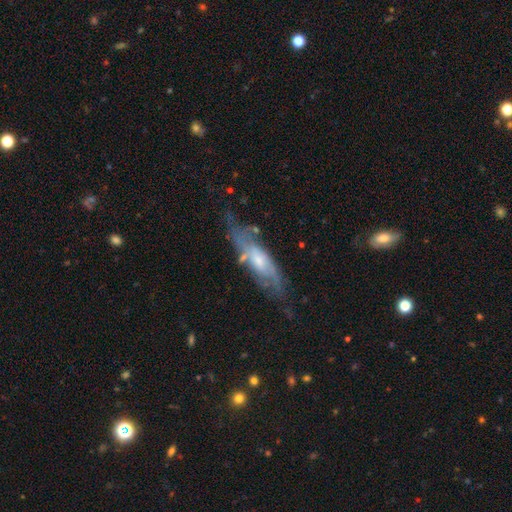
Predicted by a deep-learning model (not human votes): Q: Smooth or featured?
A: featured or disk (70%); runner-up: smooth (23%)
Q: Edge-on disk?
A: no (64%); runner-up: yes (36%)
Q: Merging?
A: none (63%); runner-up: minor disturbance (24%)